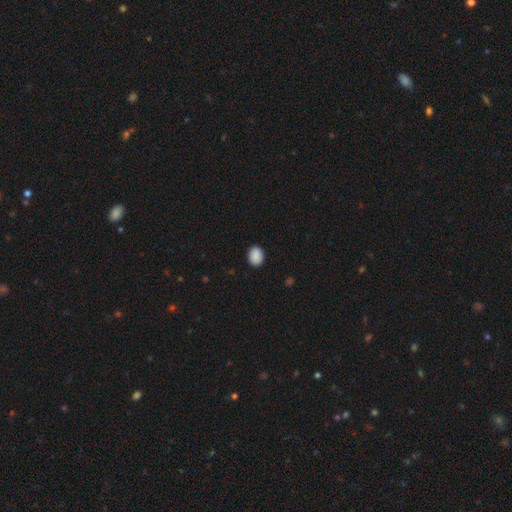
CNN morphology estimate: smooth_or_featured: smooth (p=0.89) [alt: star or artifact p=0.08]
how_rounded: in between (p=0.52) [alt: round p=0.48]
merging: none (p=0.89) [alt: minor disturbance p=0.09]